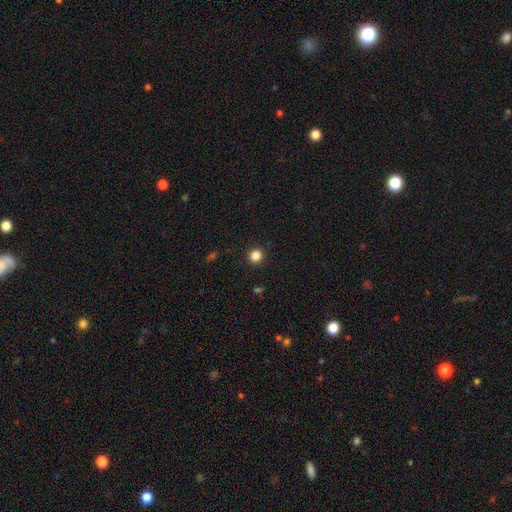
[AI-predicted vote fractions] Overall: smooth (85%). How rounded: round (91%). Merging: none (92%).